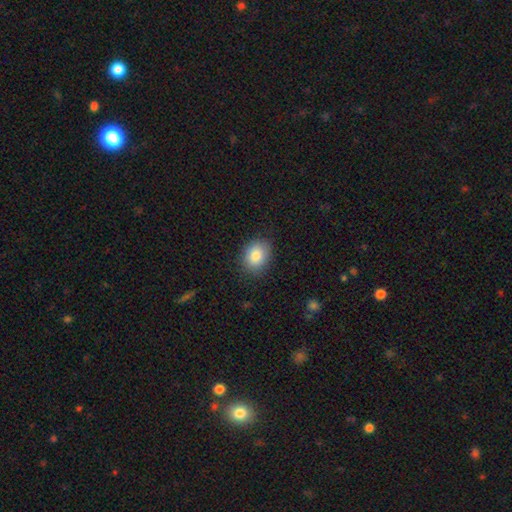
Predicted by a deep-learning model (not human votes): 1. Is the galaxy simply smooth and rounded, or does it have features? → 85% smooth, 8% star or artifact, 7% featured or disk.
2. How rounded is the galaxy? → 55% in between, 44% round, 1% cigar-shaped.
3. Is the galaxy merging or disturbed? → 84% none, 12% minor disturbance, 3% major disturbance, 1% merger.